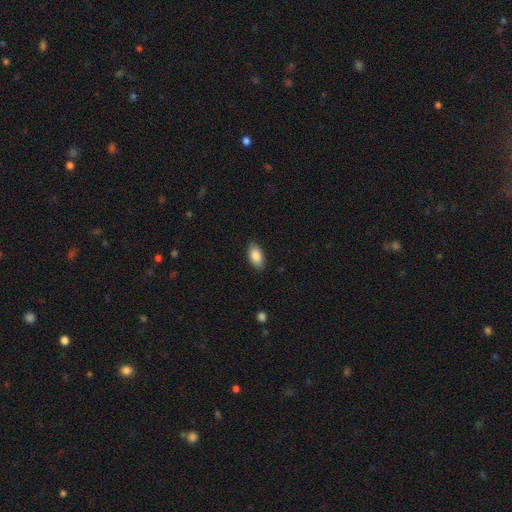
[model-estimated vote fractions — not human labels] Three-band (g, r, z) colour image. It shows a smooth galaxy with no disk features (87%) that is in between round and cigar-shaped (93%). Merging: none (87%).